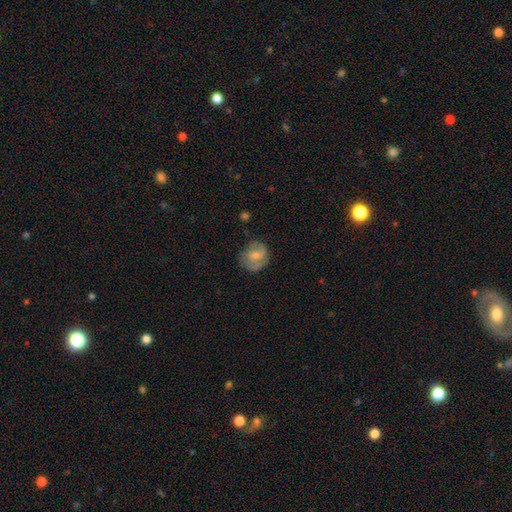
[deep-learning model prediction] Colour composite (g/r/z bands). It shows a featured or disk galaxy (49%). Merging: none (65%).